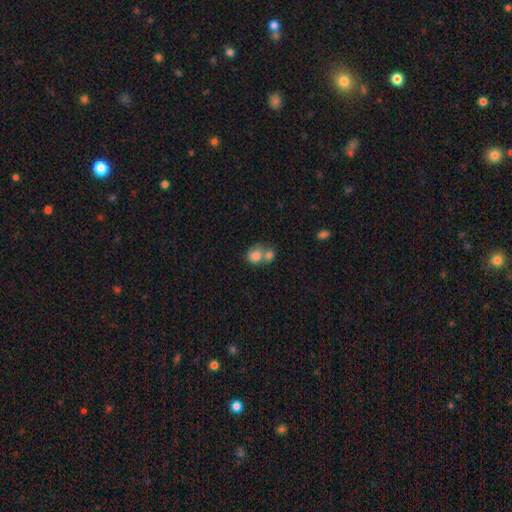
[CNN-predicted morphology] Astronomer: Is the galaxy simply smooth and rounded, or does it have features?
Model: smooth — 81%.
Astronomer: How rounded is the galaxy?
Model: round — 63%.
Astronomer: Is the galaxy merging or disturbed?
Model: merger — 60%.